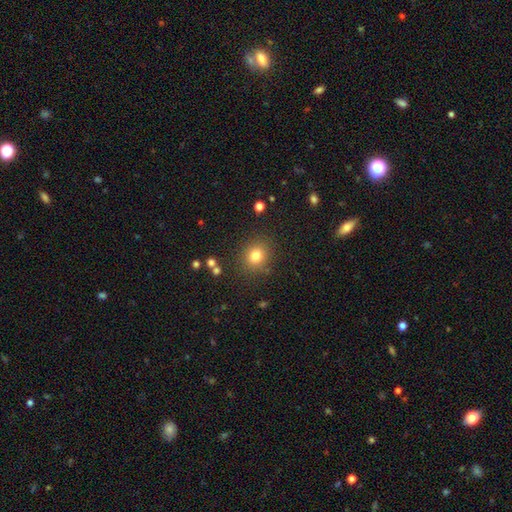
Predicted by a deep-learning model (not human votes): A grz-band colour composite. It shows a smooth galaxy with no disk features (79%) that is round (77%). Merging: none (85%).